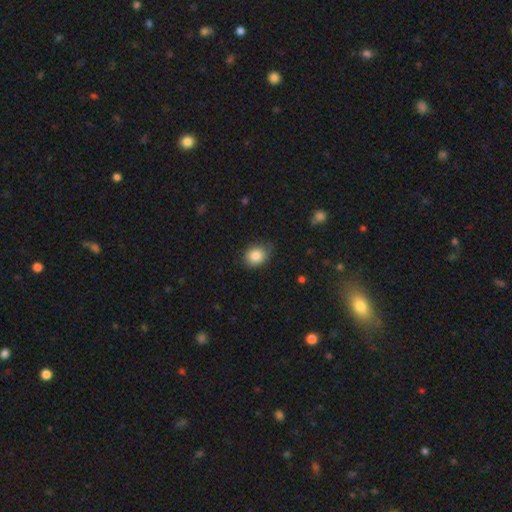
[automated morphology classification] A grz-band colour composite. It shows a smooth galaxy with no disk features (84%) that is round (56%). Merging: none (70%).